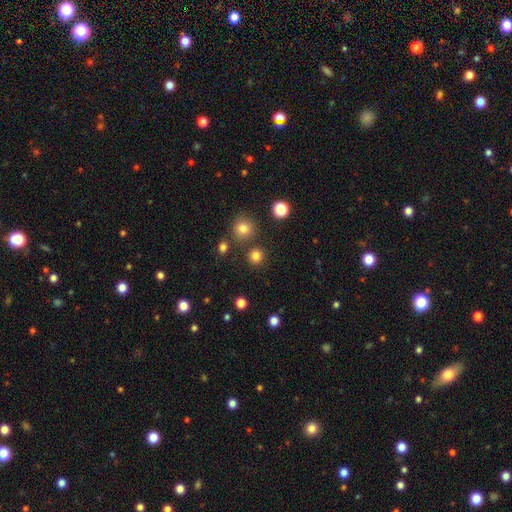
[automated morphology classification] This appears to be a smooth galaxy with no disk features (81%) that is round (93%). Merging: none (85%).